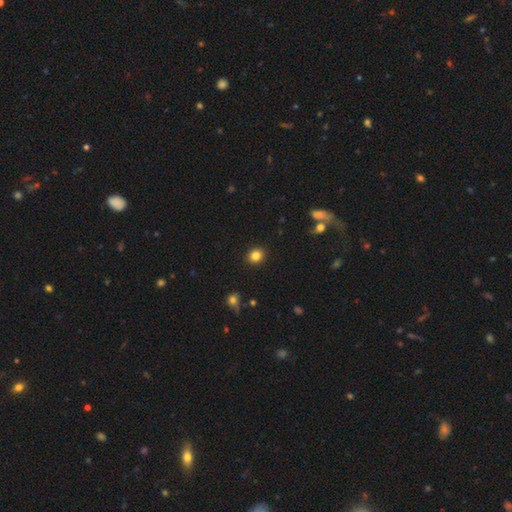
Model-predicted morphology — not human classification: Smooth or featured?
  - smooth: 84% *
  - star or artifact: 11%
  - featured or disk: 5%
How rounded?
  - round: 78% *
  - in between: 21%
  - cigar-shaped: 1%
Merging?
  - none: 91% *
  - minor disturbance: 6%
  - major disturbance: 2%
  - merger: 1%